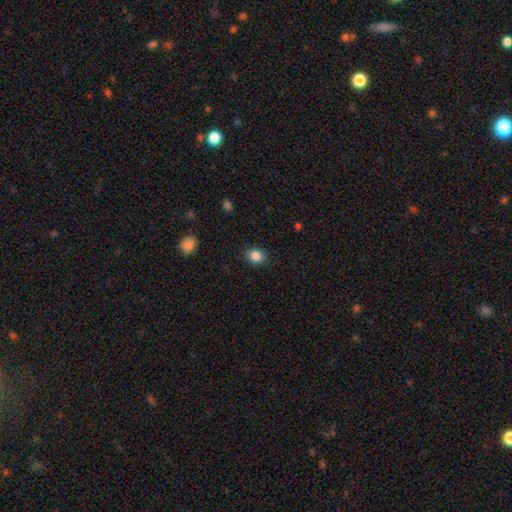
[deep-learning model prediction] Smooth or featured? Predicted: smooth (p=0.85). How rounded? Predicted: round (p=0.58). Merging? Predicted: none (p=0.86).